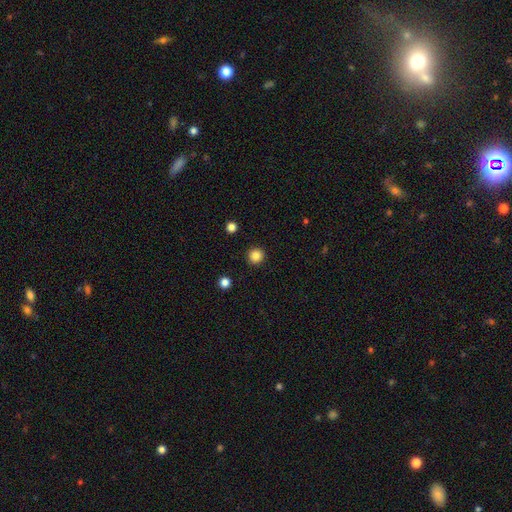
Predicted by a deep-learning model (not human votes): Morphology: type=smooth (85%); roundness=round (95%); merging=none (93%).